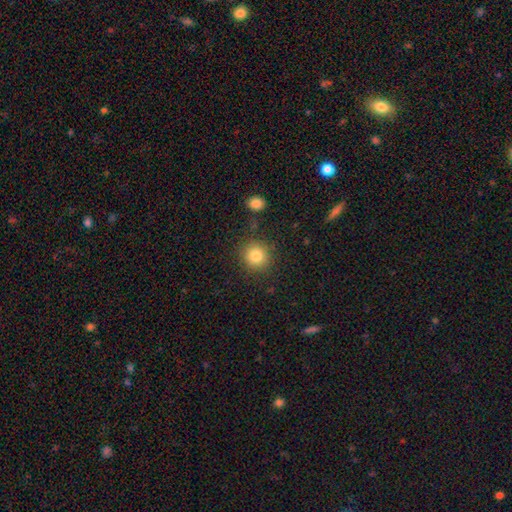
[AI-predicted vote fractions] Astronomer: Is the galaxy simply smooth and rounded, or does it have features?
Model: smooth — 83%.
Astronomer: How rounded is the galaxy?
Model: round — 91%.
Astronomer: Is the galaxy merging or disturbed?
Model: none — 86%.